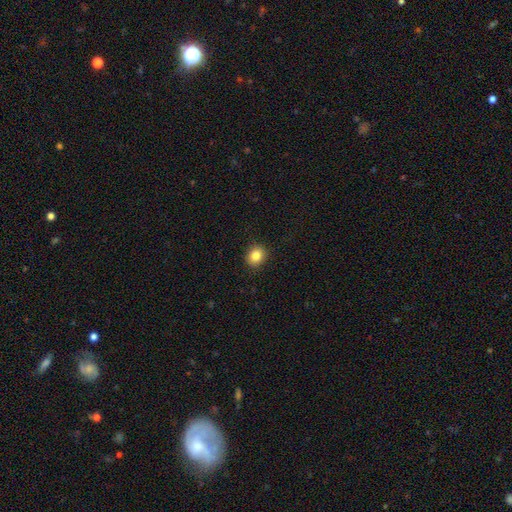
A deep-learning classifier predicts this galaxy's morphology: This appears to be a smooth galaxy with no disk features (84%) that is round (75%). Merging: none (91%).